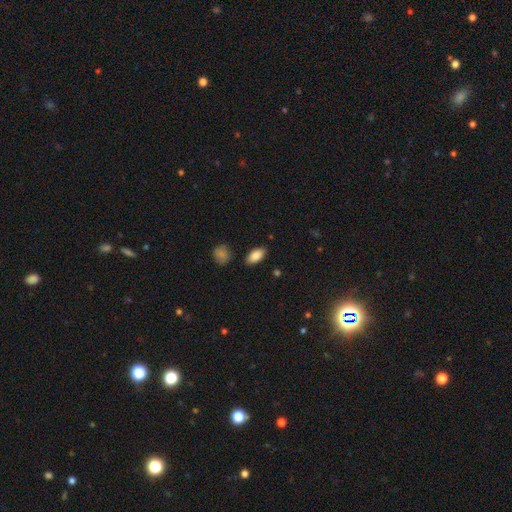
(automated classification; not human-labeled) Smooth or featured?
  - smooth: 86% *
  - star or artifact: 7%
  - featured or disk: 6%
How rounded?
  - in between: 92% *
  - cigar-shaped: 5%
  - round: 3%
Merging?
  - none: 85% *
  - minor disturbance: 10%
  - major disturbance: 2%
  - merger: 2%